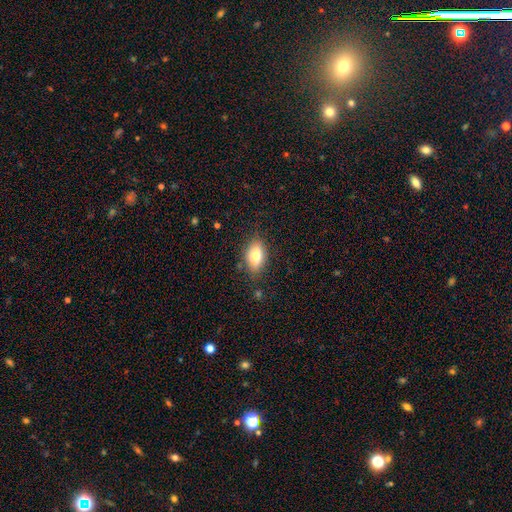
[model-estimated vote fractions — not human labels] A smooth galaxy with no disk features (79%) that is in between round and cigar-shaped (89%).

Vote fractions:
- Smooth or featured? smooth: 79% / featured or disk: 13% / star or artifact: 8%
- How rounded? in between: 89% / round: 6% / cigar-shaped: 5%
- Merging? none: 80% / minor disturbance: 14% / major disturbance: 4% / merger: 2%